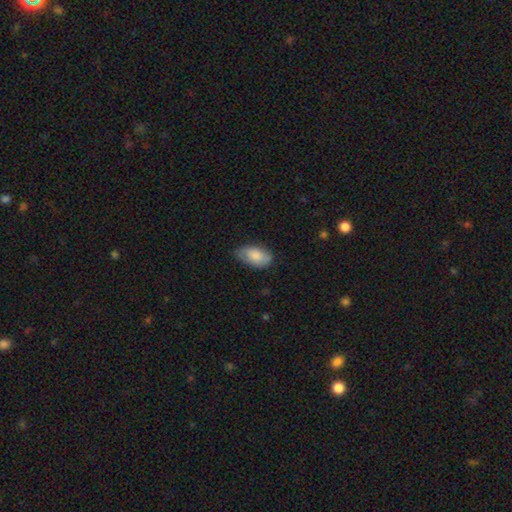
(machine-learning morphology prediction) type=smooth (79%); roundness=in between (94%); merging=none (67%).